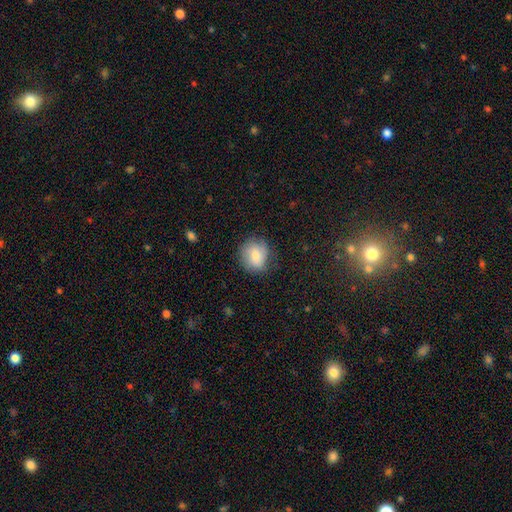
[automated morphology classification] Smooth or featured? Predicted: smooth (p=0.79). How rounded? Predicted: round (p=0.72). Merging? Predicted: none (p=0.73).